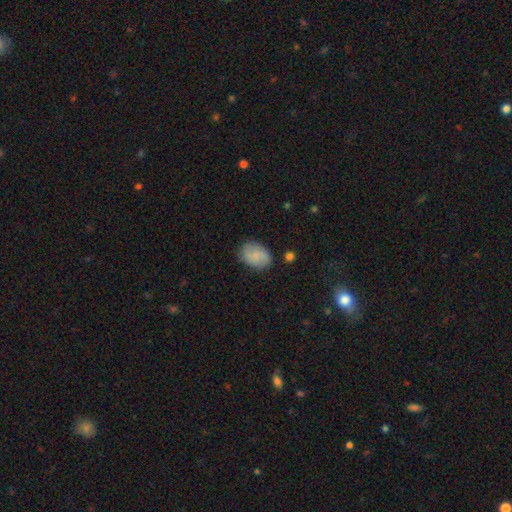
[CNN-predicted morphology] smooth_or_featured: smooth (p=0.73) [alt: featured or disk p=0.19]
how_rounded: in between (p=0.81) [alt: round p=0.18]
merging: none (p=0.76) [alt: minor disturbance p=0.17]